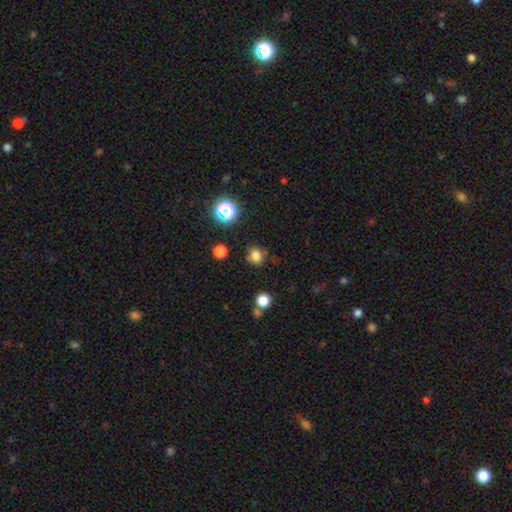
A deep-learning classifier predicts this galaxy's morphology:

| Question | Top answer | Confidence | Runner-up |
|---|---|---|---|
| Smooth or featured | smooth | 78% | star or artifact (17%) |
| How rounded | round | 74% | in between (25%) |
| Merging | none | 80% | minor disturbance (13%) |